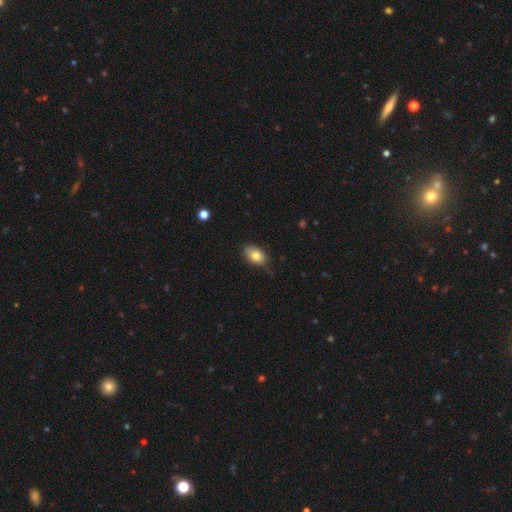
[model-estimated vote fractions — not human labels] Smooth or featured? Predicted: smooth (p=0.79). How rounded? Predicted: in between (p=0.86). Merging? Predicted: none (p=0.70).